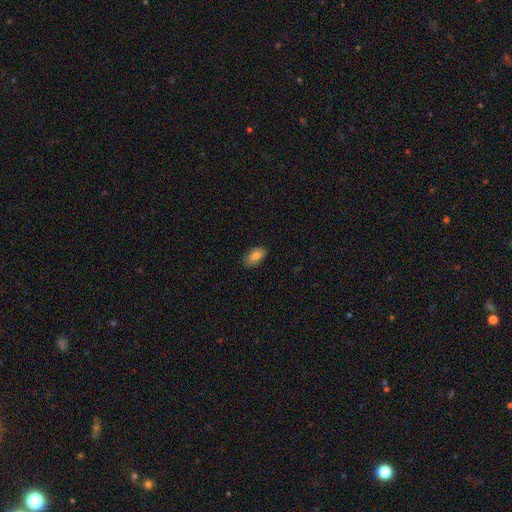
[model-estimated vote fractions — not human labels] Smooth or featured: smooth — 83% (featured or disk — 9%)
How rounded: in between — 92% (cigar-shaped — 4%)
Merging: none — 82% (minor disturbance — 14%)